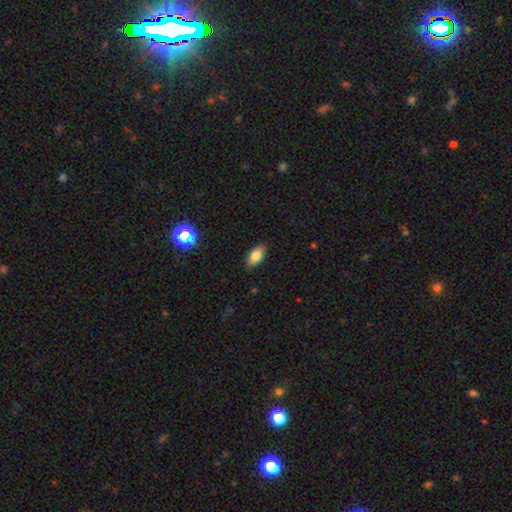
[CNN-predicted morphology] A smooth galaxy with no disk features (82%) that is in between round and cigar-shaped (90%). Merging: none (87%).